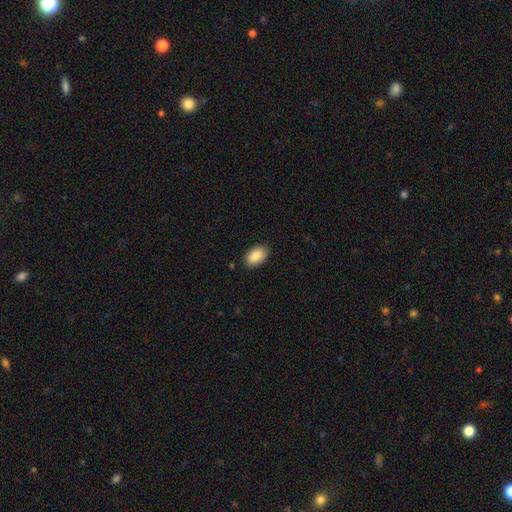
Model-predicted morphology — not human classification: The model was most divided on "merging": none: 88%, minor disturbance: 9%, major disturbance: 2%, merger: 1%. More confident: how rounded — in between (92%); smooth or featured — smooth (87%).